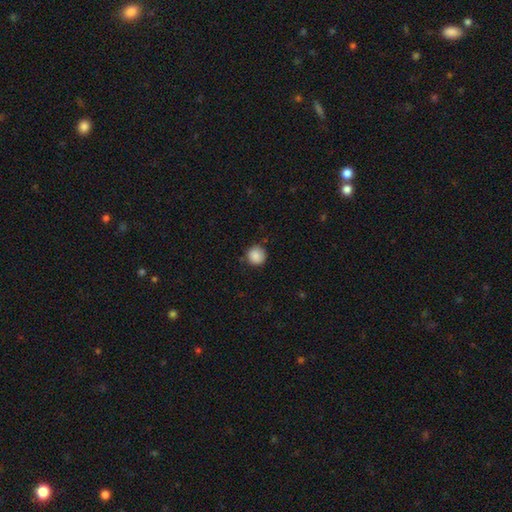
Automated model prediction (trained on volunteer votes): This is clearly a smooth galaxy (87%). How rounded: clearly round (93%). Merging: clearly none (84%).